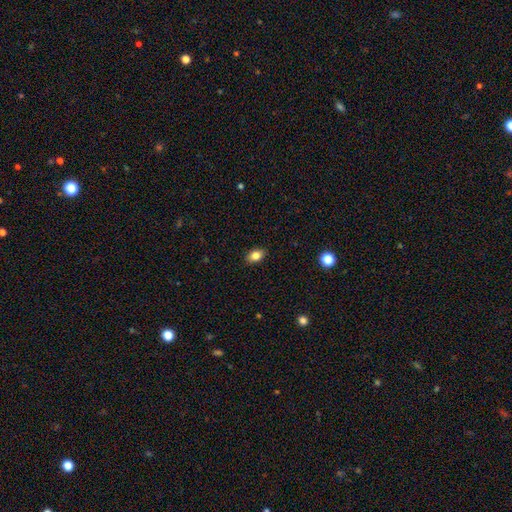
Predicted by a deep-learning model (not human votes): Smooth or featured: smooth — 82% (star or artifact — 9%)
How rounded: in between — 82% (round — 15%)
Merging: none — 88% (minor disturbance — 9%)